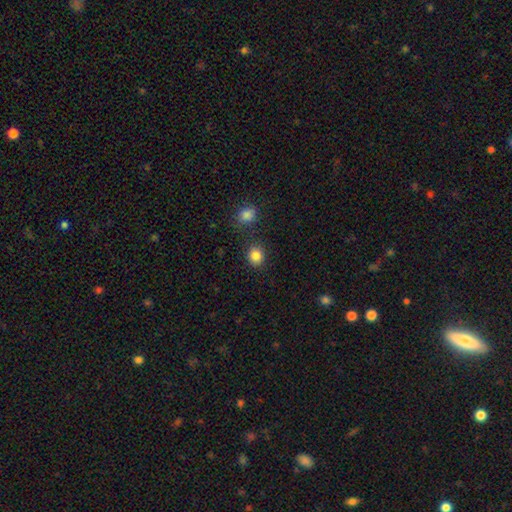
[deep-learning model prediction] Q: Smooth or featured?
A: smooth (85%); runner-up: star or artifact (11%)
Q: How rounded?
A: round (78%); runner-up: in between (21%)
Q: Merging?
A: none (85%); runner-up: minor disturbance (9%)